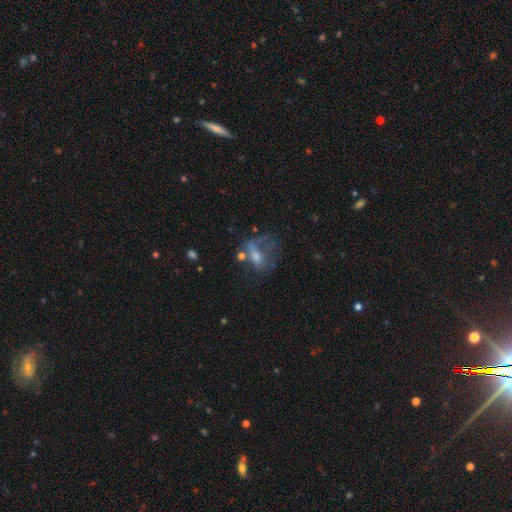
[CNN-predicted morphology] Smooth or featured?
  - featured or disk: 43% *
  - smooth: 38%
  - star or artifact: 19%
Merging?
  - major disturbance: 41% *
  - none: 31%
  - minor disturbance: 19%
  - merger: 9%